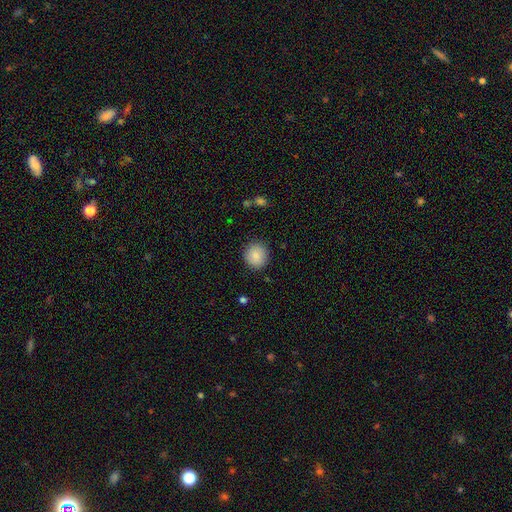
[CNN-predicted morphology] This is clearly a smooth galaxy (87%). How rounded: clearly round (90%). Merging: clearly none (89%).